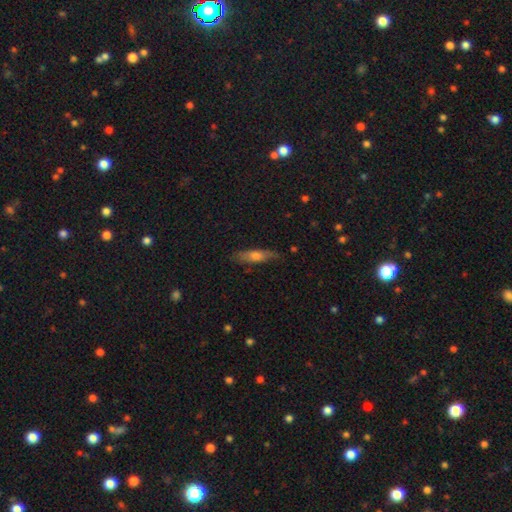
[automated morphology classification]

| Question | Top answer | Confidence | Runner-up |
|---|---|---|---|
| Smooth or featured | smooth | 59% | featured or disk (34%) |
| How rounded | cigar-shaped | 69% | in between (29%) |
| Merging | none | 76% | minor disturbance (18%) |